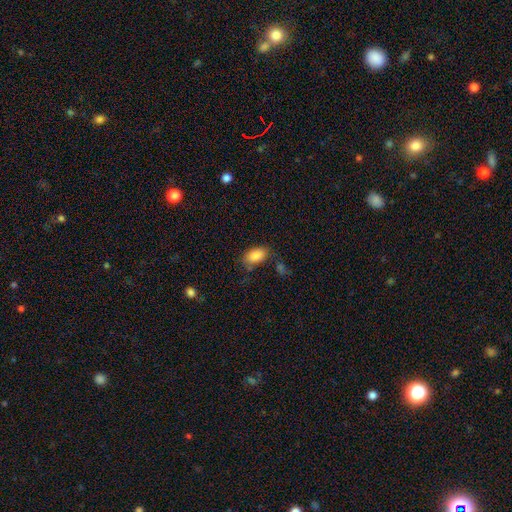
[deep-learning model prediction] This appears to be a smooth galaxy with no disk features (86%) that is in between round and cigar-shaped (92%). Merging: none (68%).